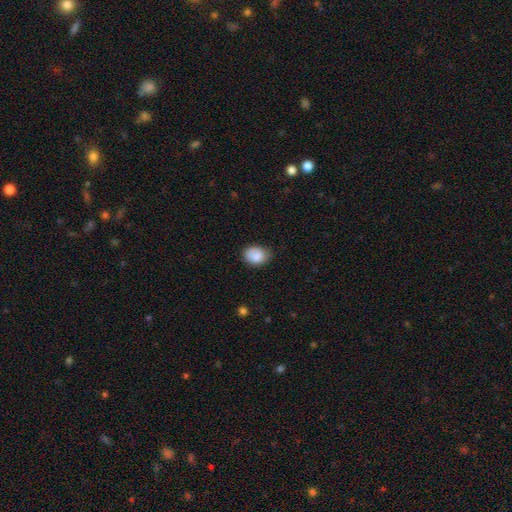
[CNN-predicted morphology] Smooth or featured? Predicted: smooth (p=0.86). How rounded? Predicted: in between (p=0.59). Merging? Predicted: none (p=0.65).